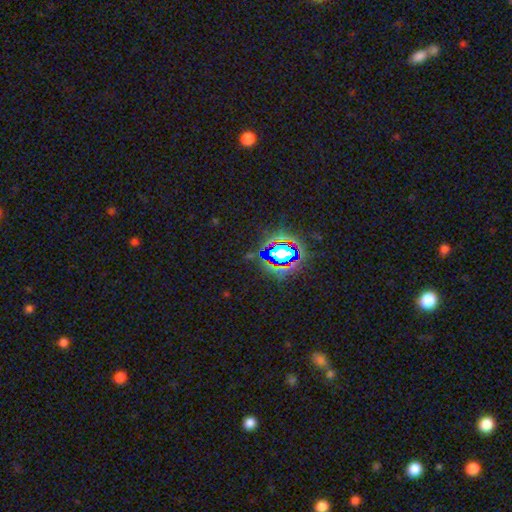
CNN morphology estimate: smooth-or-featured: star or artifact: 77% | smooth: 14% | featured or disk: 8%